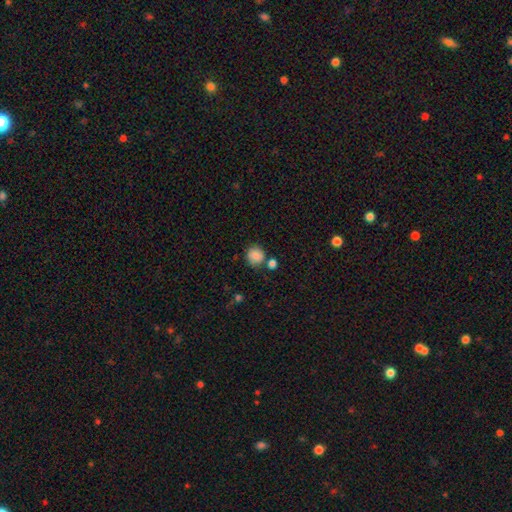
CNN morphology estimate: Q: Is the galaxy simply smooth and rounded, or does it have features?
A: smooth — 85%.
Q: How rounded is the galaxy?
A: round — 88%.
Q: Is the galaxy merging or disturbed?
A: none — 71%.